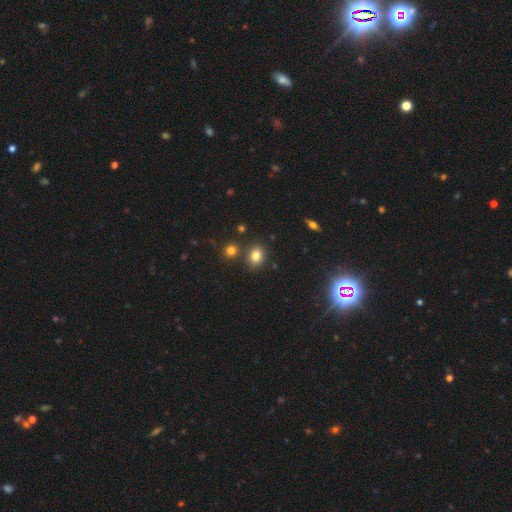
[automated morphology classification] smooth_or_featured: smooth (p=0.80) [alt: star or artifact p=0.13]
how_rounded: round (p=0.51) [alt: in between p=0.48]
merging: none (p=0.78) [alt: minor disturbance p=0.10]